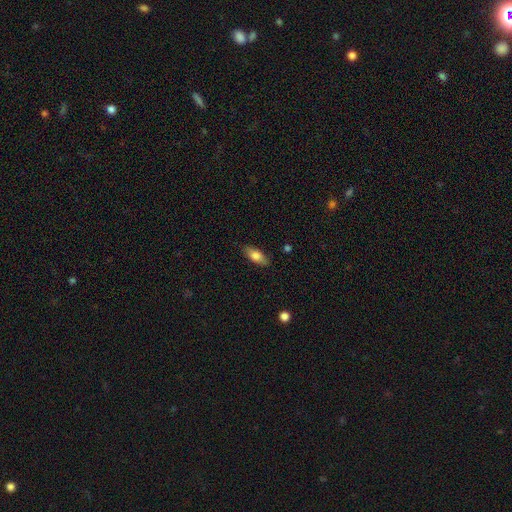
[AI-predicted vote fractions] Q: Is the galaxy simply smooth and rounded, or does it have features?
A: smooth — 75%.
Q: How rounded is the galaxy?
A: in between — 79%.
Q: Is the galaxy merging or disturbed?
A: none — 85%.